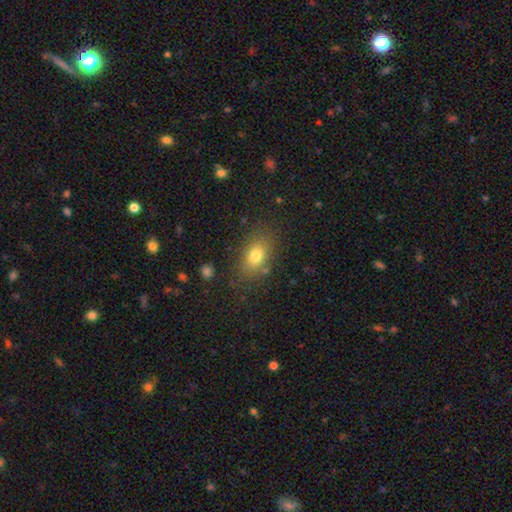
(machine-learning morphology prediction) Q: Smooth or featured?
A: smooth (76%); runner-up: featured or disk (13%)
Q: How rounded?
A: in between (79%); runner-up: round (18%)
Q: Merging?
A: none (79%); runner-up: minor disturbance (13%)